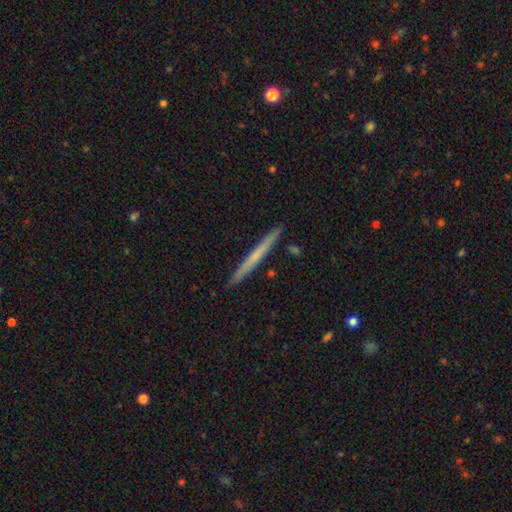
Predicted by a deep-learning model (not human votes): This is possibly a smooth galaxy (50%). How rounded: clearly cigar-shaped (97%). Merging: clearly none (92%).